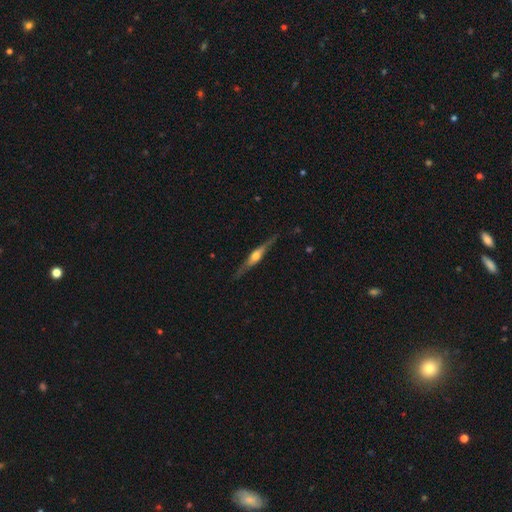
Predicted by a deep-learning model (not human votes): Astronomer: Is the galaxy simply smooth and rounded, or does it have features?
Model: featured or disk — 75%.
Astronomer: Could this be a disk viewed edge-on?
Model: yes — 96%.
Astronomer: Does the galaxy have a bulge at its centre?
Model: rounded — 87%.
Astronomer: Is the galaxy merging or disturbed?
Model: none — 83%.